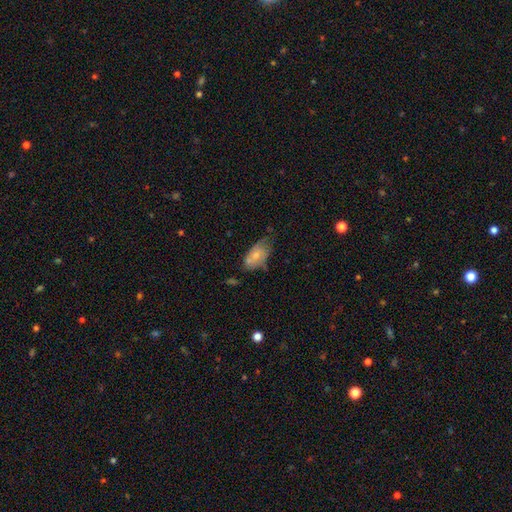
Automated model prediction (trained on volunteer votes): smooth_or_featured: smooth (p=0.64) [alt: featured or disk p=0.29]
how_rounded: in between (p=0.91) [alt: round p=0.06]
merging: none (p=0.40) [alt: minor disturbance p=0.37]